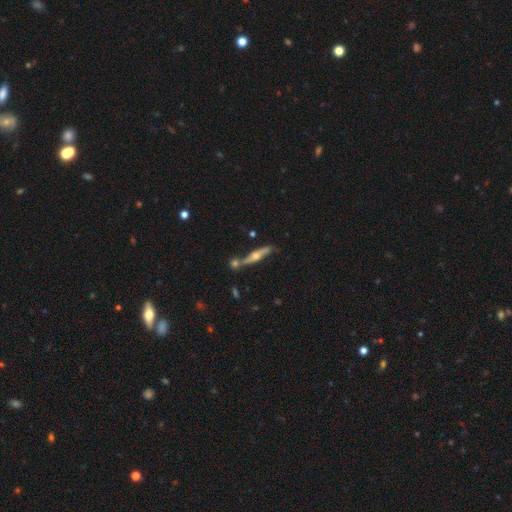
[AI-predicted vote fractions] Overall: featured or disk (67%). Edge-on disk: yes (86%). Edge-on bulge: rounded (91%). Merging: none (61%).